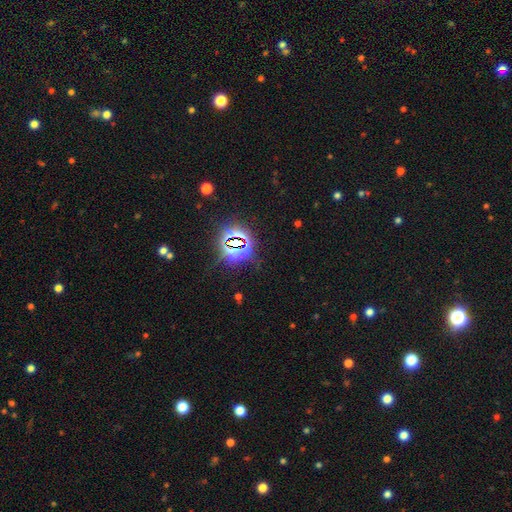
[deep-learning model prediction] This is likely a star or artifact rather than a galaxy (75%).